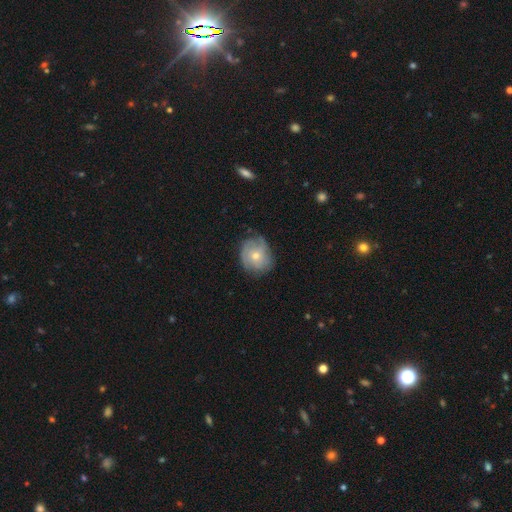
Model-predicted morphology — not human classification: A featured or disk galaxy (54%) with no bar (83%), spiral arms (79%) and a moderate central bulge (50%).

Vote fractions:
- Smooth or featured? featured or disk: 54% / smooth: 38% / star or artifact: 8%
- Edge-on disk? no: 97% / yes: 3%
- Bar? no: 83% / weak: 15% / strong: 2%
- Spiral arms? yes: 79% / no: 21%
- Bulge size? moderate: 50% / small: 46% / large: 2% / none: 1% / dominant: 1%
- Merging? none: 69% / minor disturbance: 23% / major disturbance: 7% / merger: 1%